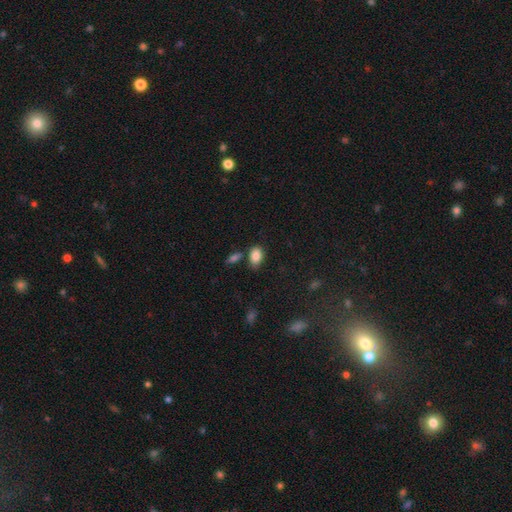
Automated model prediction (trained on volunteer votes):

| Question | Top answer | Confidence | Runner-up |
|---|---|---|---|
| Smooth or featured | smooth | 86% | star or artifact (8%) |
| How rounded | in between | 87% | round (11%) |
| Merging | none | 68% | minor disturbance (17%) |